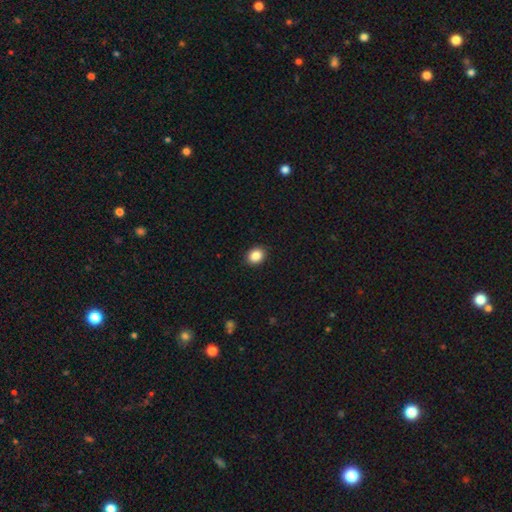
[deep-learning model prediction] Smooth or featured?
  - smooth: 87% *
  - star or artifact: 9%
  - featured or disk: 4%
How rounded?
  - round: 53% *
  - in between: 46%
  - cigar-shaped: 1%
Merging?
  - none: 91% *
  - minor disturbance: 7%
  - major disturbance: 2%
  - merger: 1%